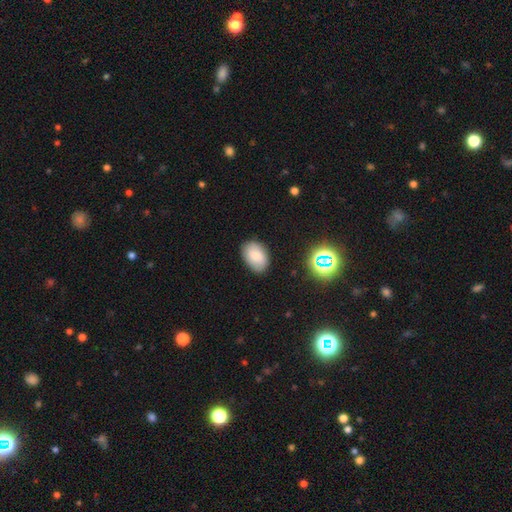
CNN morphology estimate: This appears to be a smooth galaxy with no disk features (82%) that is in between round and cigar-shaped (88%). Merging: none (84%).